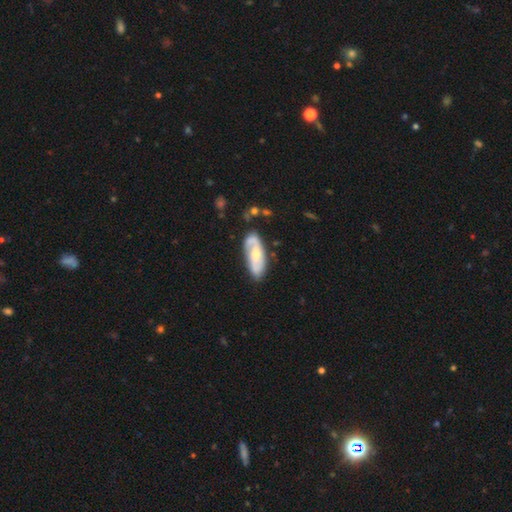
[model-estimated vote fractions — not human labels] Morphology: type=featured or disk (68%); edge-on=no (89%); bar=no (56%); spiral arms=yes (81%); bulge=moderate (61%); merging=none (73%).